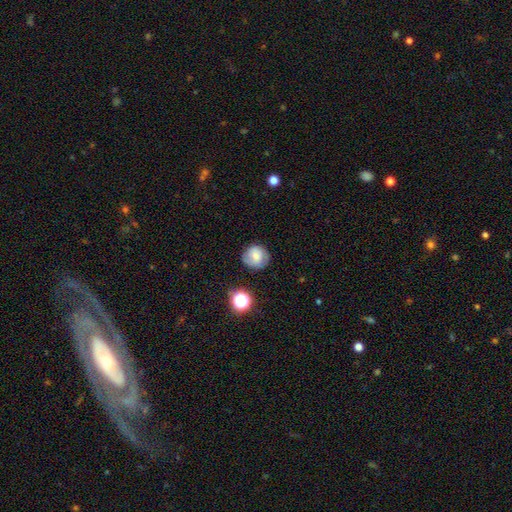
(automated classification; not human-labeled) Smooth or featured? smooth (67%)
How rounded? round (87%)
Merging? none (77%)